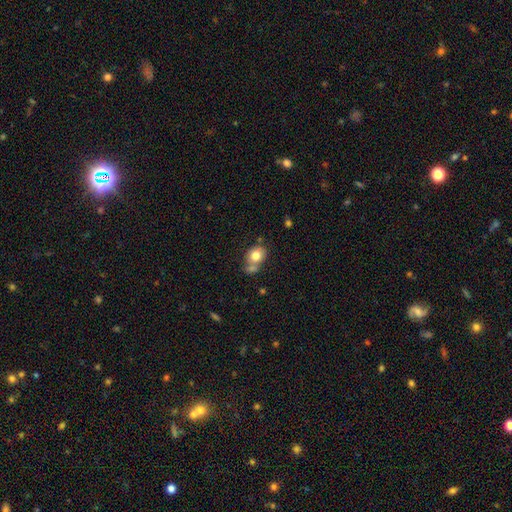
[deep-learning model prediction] A smooth galaxy with no disk features (78%) that is round (60%).

Vote fractions:
- Smooth or featured? smooth: 78% / featured or disk: 13% / star or artifact: 9%
- How rounded? round: 60% / in between: 39% / cigar-shaped: 1%
- Merging? none: 47% / merger: 33% / minor disturbance: 15% / major disturbance: 5%